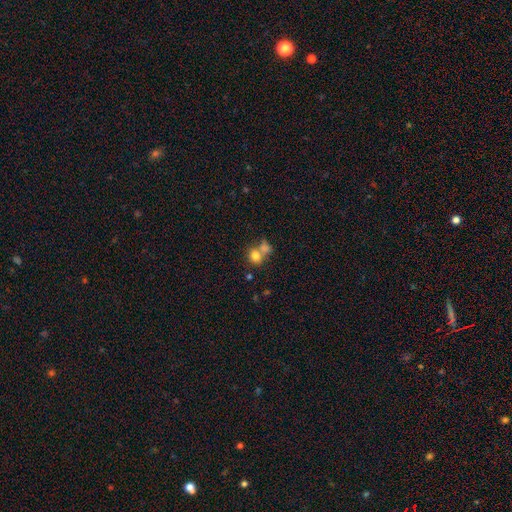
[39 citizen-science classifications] Overall: smooth (79%). How rounded: round (61%; in between 39%). Merging: merger (58%; none 33%).